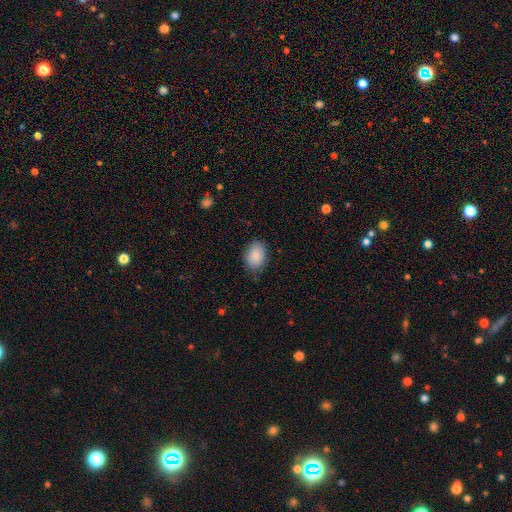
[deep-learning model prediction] smooth-or-featured: smooth: 88% | star or artifact: 7% | featured or disk: 5%
  how-rounded: in between: 80% | round: 19% | cigar-shaped: 1%
  merging: none: 81% | minor disturbance: 15% | major disturbance: 3% | merger: 1%